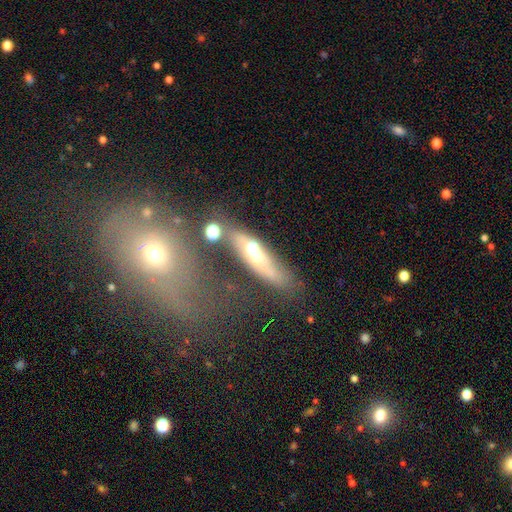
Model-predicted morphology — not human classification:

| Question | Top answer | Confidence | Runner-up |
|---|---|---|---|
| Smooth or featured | featured or disk | 44% | smooth (43%) |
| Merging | none | 42% | merger (31%) |